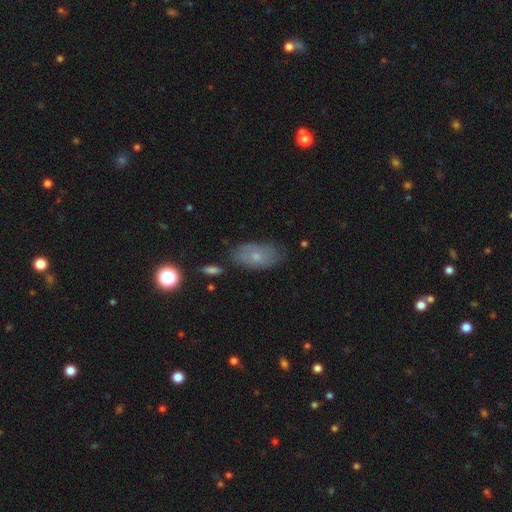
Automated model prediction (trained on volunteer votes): Smooth or featured?
  - smooth: 59% *
  - featured or disk: 31%
  - star or artifact: 10%
How rounded?
  - in between: 91% *
  - round: 6%
  - cigar-shaped: 4%
Merging?
  - none: 73% *
  - minor disturbance: 19%
  - major disturbance: 5%
  - merger: 3%